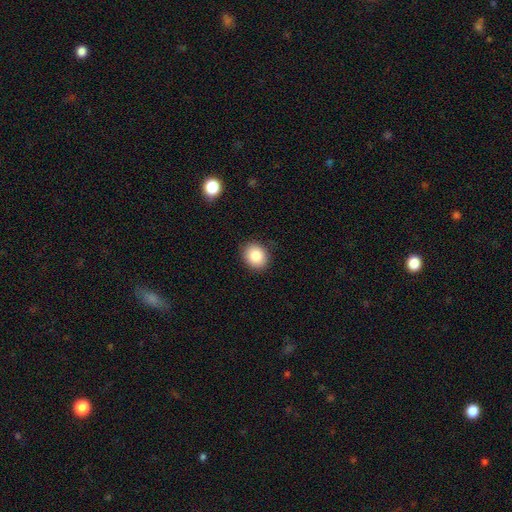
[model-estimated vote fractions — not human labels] Smooth or featured? Predicted: smooth (p=0.86). How rounded? Predicted: round (p=0.62). Merging? Predicted: none (p=0.89).